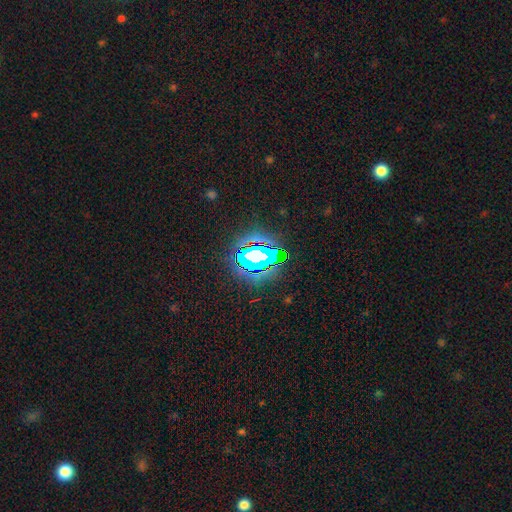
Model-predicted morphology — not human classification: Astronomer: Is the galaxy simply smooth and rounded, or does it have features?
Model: star or artifact — 73%.